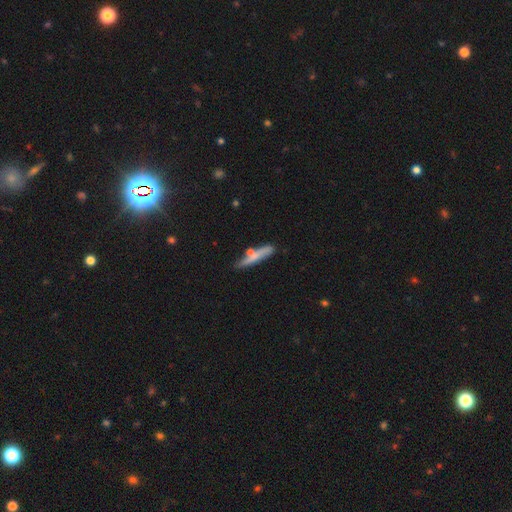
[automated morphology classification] The model was most divided on "smooth or featured": smooth: 57%, featured or disk: 36%, star or artifact: 7%. More confident: how rounded — cigar-shaped (87%); merging — none (62%).